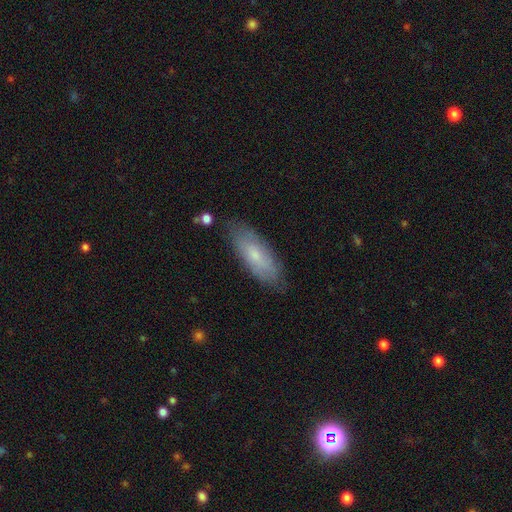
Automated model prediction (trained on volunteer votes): Smooth or featured? smooth (64%)
How rounded? in between (68%)
Merging? none (79%)